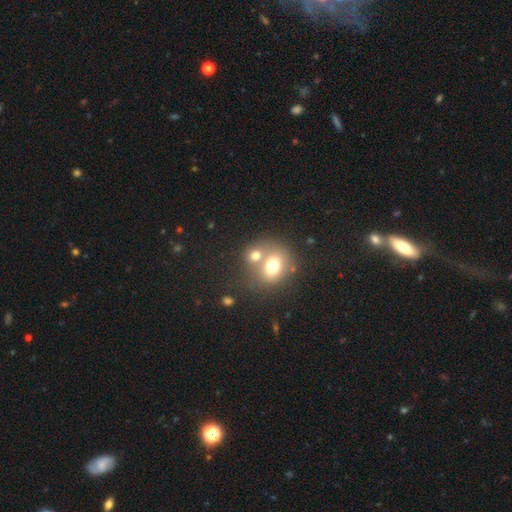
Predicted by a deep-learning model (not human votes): This appears to be a smooth galaxy with no disk features (70%) that is round (62%). Merging: merger (54%).